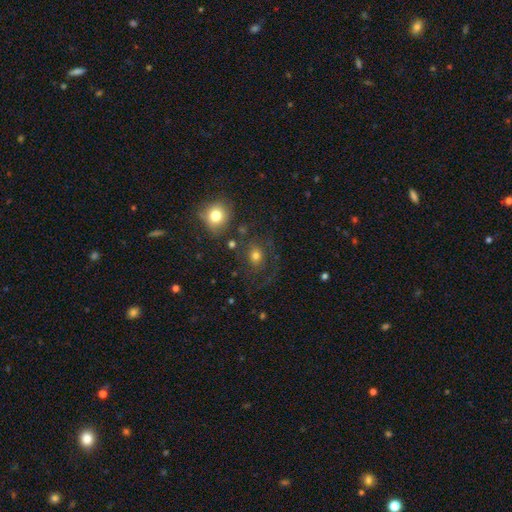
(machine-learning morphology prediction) type=smooth (61%); roundness=round (71%); merging=none (63%).